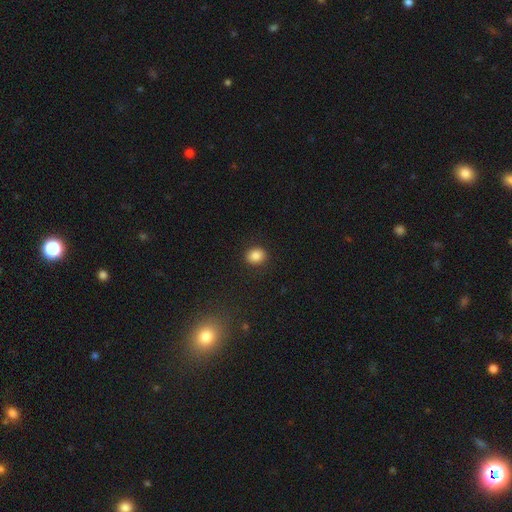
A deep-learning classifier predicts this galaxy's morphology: Smooth or featured: smooth — 85% (star or artifact — 10%)
How rounded: round — 64% (in between — 35%)
Merging: none — 89% (minor disturbance — 7%)